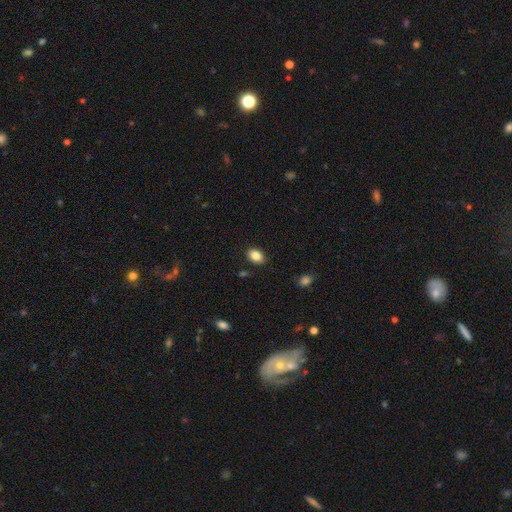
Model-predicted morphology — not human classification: Smooth or featured? smooth (85%)
How rounded? in between (81%)
Merging? none (86%)